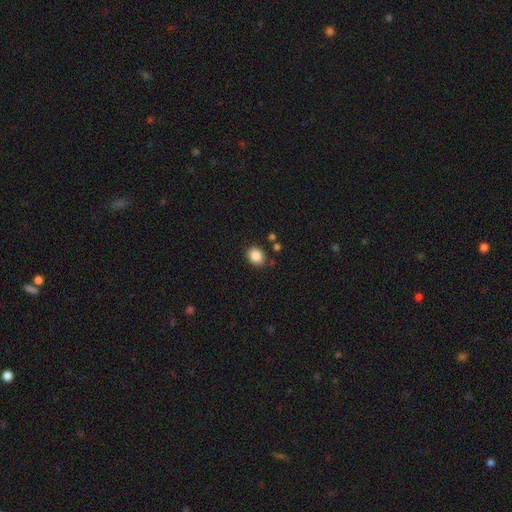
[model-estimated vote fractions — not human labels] Smooth or featured: smooth — 87% (star or artifact — 9%)
How rounded: round — 59% (in between — 40%)
Merging: none — 85% (minor disturbance — 9%)